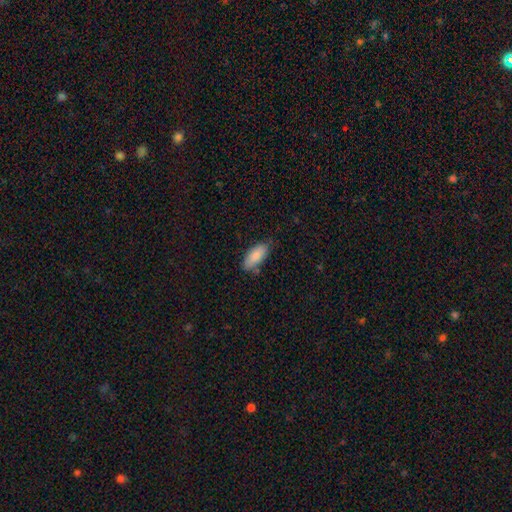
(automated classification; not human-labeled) Smooth or featured? Predicted: smooth (p=0.86). How rounded? Predicted: in between (p=0.86). Merging? Predicted: none (p=0.76).